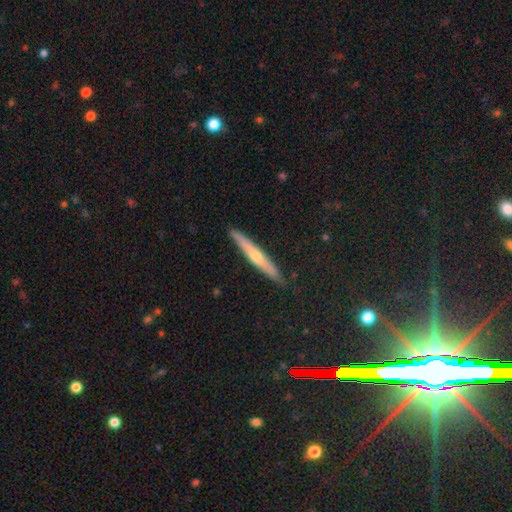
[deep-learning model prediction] Q: Smooth or featured?
A: featured or disk (61%); runner-up: smooth (27%)
Q: Edge-on disk?
A: yes (96%); runner-up: no (4%)
Q: Edge-on bulge?
A: rounded (77%); runner-up: none (19%)
Q: Merging?
A: none (89%); runner-up: minor disturbance (8%)